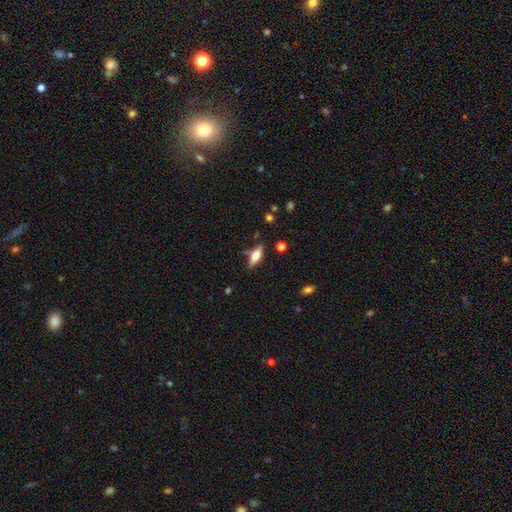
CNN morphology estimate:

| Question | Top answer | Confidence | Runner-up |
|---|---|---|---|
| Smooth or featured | featured or disk | 47% | smooth (45%) |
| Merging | none | 78% | minor disturbance (14%) |